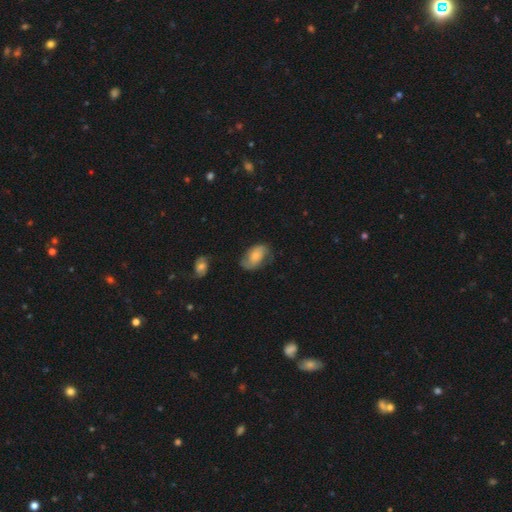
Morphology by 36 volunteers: This is possibly a smooth galaxy (50%). How rounded: clearly in between (94%). Merging: likely none (74%).